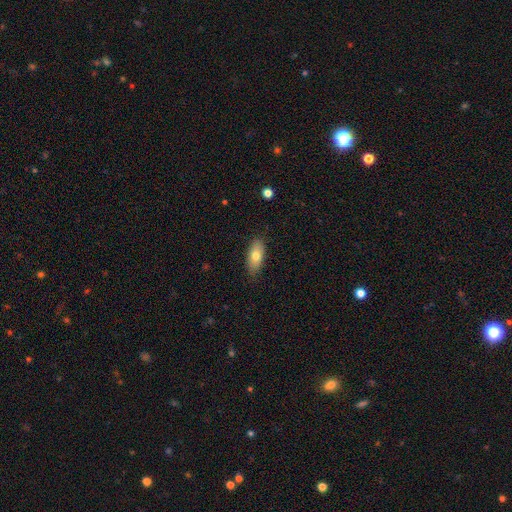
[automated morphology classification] Smooth or featured? Predicted: smooth (p=0.75). How rounded? Predicted: in between (p=0.84). Merging? Predicted: none (p=0.84).